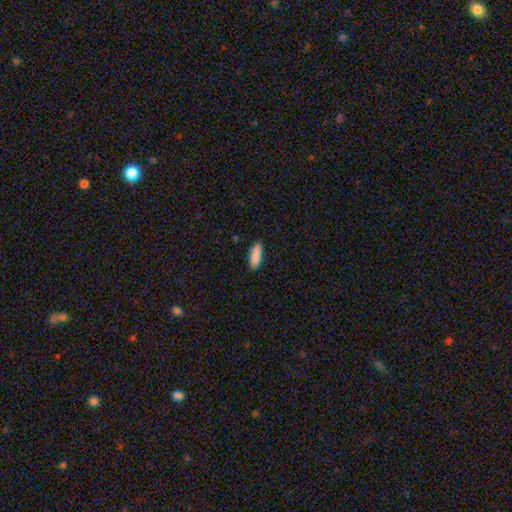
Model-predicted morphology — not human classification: Q: Smooth or featured?
A: smooth (89%); runner-up: star or artifact (6%)
Q: How rounded?
A: in between (53%); runner-up: cigar-shaped (45%)
Q: Merging?
A: none (89%); runner-up: minor disturbance (8%)